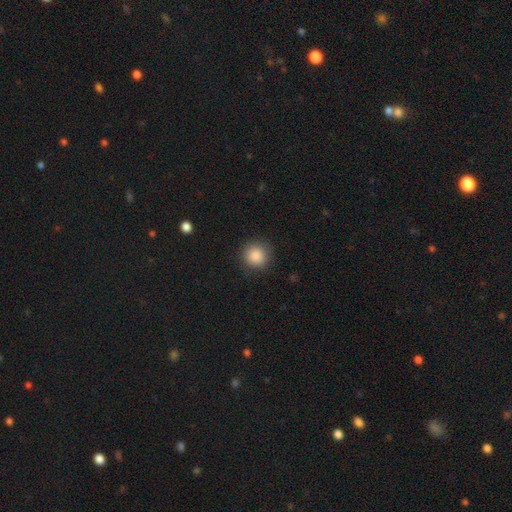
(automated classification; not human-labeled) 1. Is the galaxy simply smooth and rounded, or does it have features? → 87% smooth, 9% star or artifact, 4% featured or disk.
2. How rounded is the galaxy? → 93% round, 6% in between, 1% cigar-shaped.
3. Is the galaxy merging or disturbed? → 89% none, 8% minor disturbance, 2% major disturbance, 1% merger.